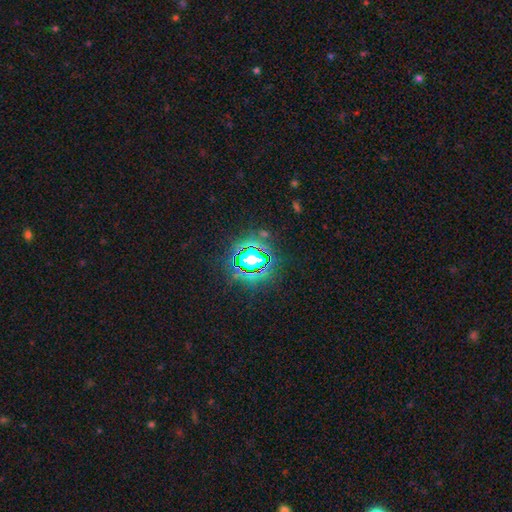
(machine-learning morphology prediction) Smooth or featured?
  - star or artifact: 81% *
  - smooth: 12%
  - featured or disk: 7%